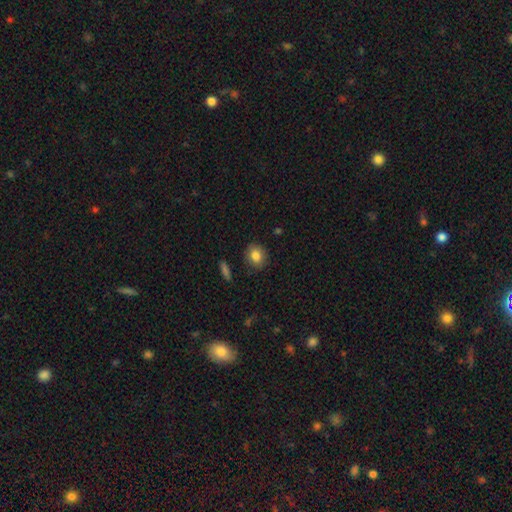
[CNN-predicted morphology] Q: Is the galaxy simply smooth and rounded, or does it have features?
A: smooth — 84%.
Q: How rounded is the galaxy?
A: round — 57%.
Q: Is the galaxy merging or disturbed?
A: none — 85%.